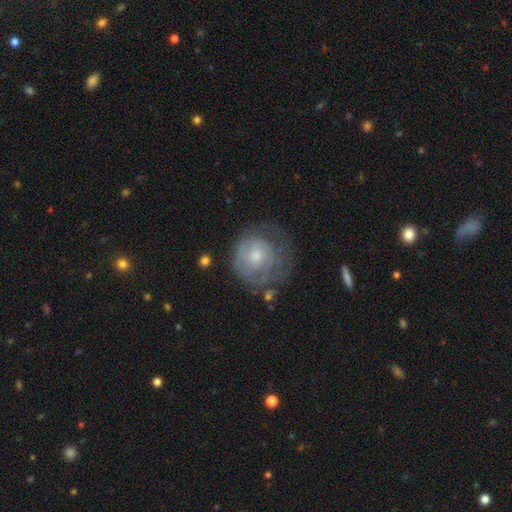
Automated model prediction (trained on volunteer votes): smooth_or_featured: featured or disk (p=0.59) [alt: smooth p=0.34]
disk_edge_on: no (p=0.97) [alt: yes p=0.03]
bar: no (p=0.77) [alt: weak p=0.20]
has_spiral_arms: yes (p=0.68) [alt: no p=0.32]
bulge_size: small (p=0.48) [alt: moderate p=0.41]
merging: none (p=0.50) [alt: minor disturbance p=0.25]